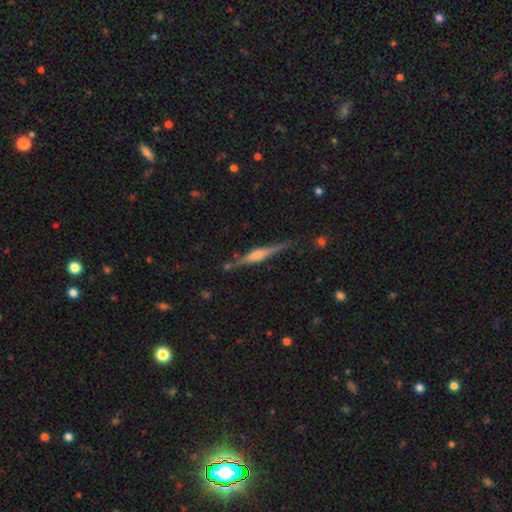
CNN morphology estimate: Q: Smooth or featured?
A: featured or disk (80%); runner-up: smooth (13%)
Q: Edge-on disk?
A: yes (98%); runner-up: no (2%)
Q: Edge-on bulge?
A: rounded (68%); runner-up: boxy (23%)
Q: Merging?
A: none (87%); runner-up: minor disturbance (9%)